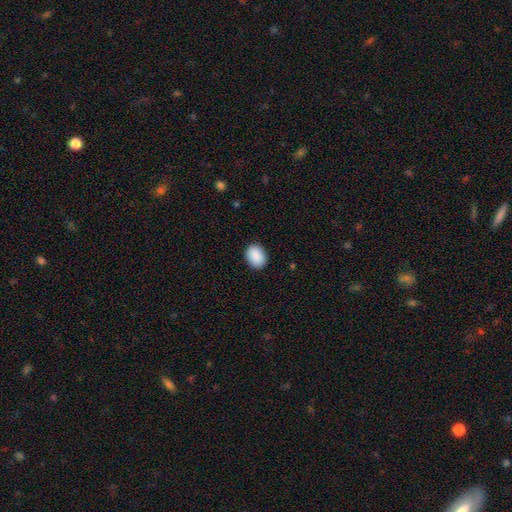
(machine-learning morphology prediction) A smooth galaxy with no disk features (91%) that is in between round and cigar-shaped (71%).

Vote fractions:
- Smooth or featured? smooth: 91% / star or artifact: 7% / featured or disk: 2%
- How rounded? in between: 71% / round: 28% / cigar-shaped: 1%
- Merging? none: 89% / minor disturbance: 8% / major disturbance: 2% / merger: 1%